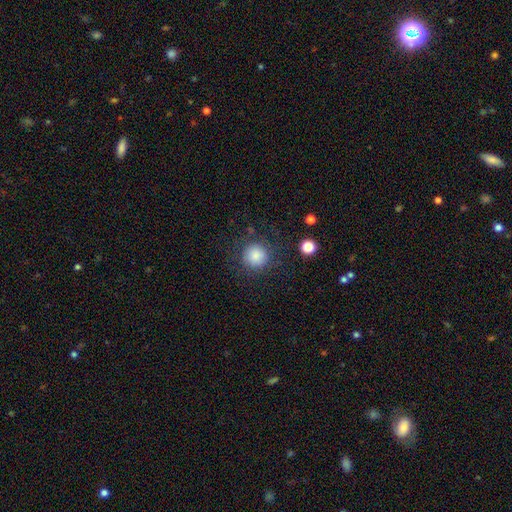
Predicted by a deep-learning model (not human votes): Morphology: type=smooth (84%); roundness=round (94%); merging=none (82%).